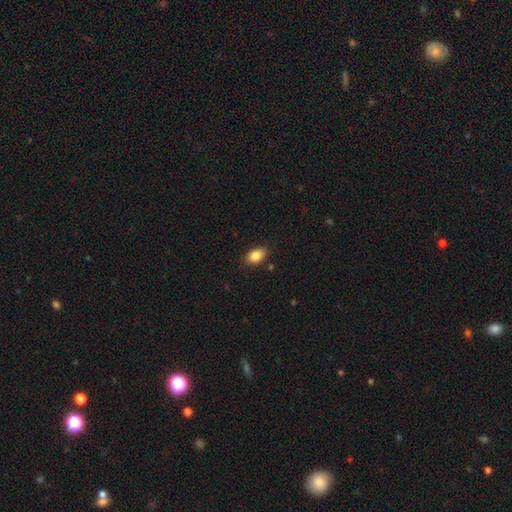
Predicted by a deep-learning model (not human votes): smooth_or_featured: smooth (p=0.86) [alt: star or artifact p=0.08]
how_rounded: in between (p=0.88) [alt: round p=0.10]
merging: none (p=0.86) [alt: minor disturbance p=0.10]